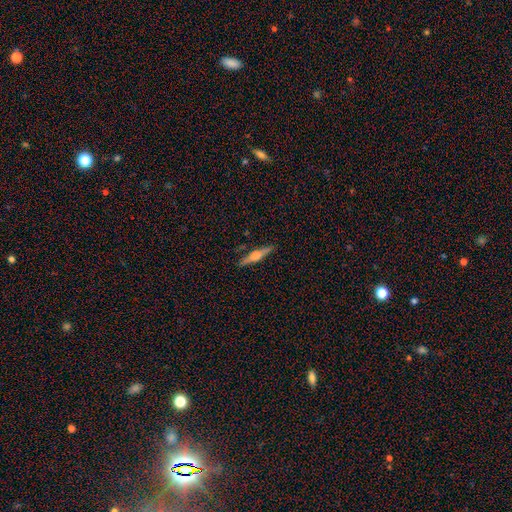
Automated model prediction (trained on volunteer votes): Smooth or featured? Predicted: featured or disk (p=0.62). Edge-on disk? Predicted: yes (p=0.97). Edge-on bulge? Predicted: rounded (p=0.84). Merging? Predicted: none (p=0.89).